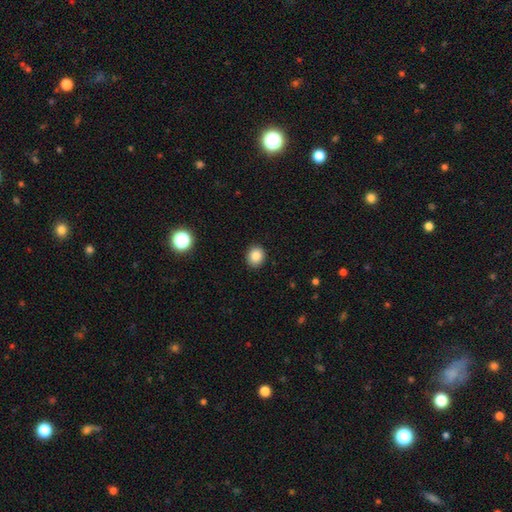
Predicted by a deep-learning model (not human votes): Q: Smooth or featured?
A: smooth (84%); runner-up: star or artifact (11%)
Q: How rounded?
A: round (77%); runner-up: in between (22%)
Q: Merging?
A: none (91%); runner-up: minor disturbance (6%)